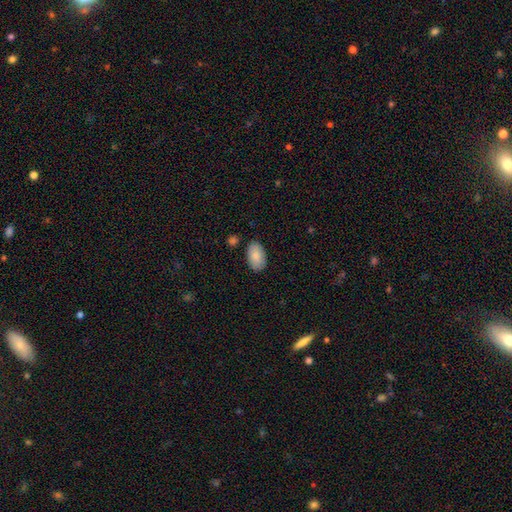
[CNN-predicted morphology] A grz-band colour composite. It shows a smooth galaxy with no disk features (86%) that is in between round and cigar-shaped (94%). Merging: none (84%).